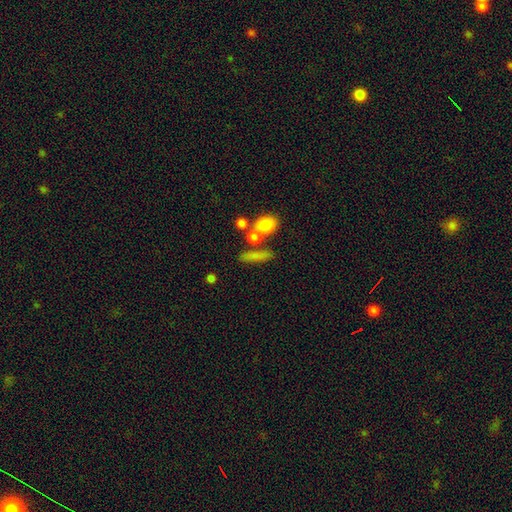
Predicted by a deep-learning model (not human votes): smooth 71%, featured or disk 18%, star or artifact 11%. Down the decision tree: how rounded — cigar-shaped (60%); merging — none (61%).